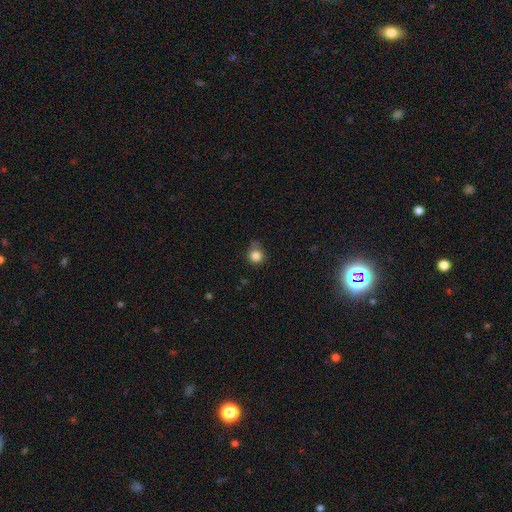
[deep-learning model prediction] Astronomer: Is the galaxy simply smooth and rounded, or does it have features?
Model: smooth — 84%.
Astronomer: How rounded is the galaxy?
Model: round — 91%.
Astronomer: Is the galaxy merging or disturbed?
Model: none — 70%.